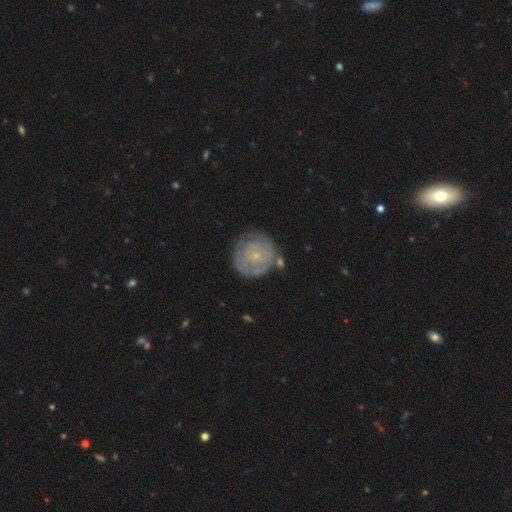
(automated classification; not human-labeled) Smooth or featured? featured or disk (70%)
Edge-on disk? no (98%)
Bar? no (81%)
Spiral arms? yes (85%)
Spiral winding? tight (78%)
Spiral arm count? can't tell (42%)
Bulge size? small (84%)
Merging? none (72%)